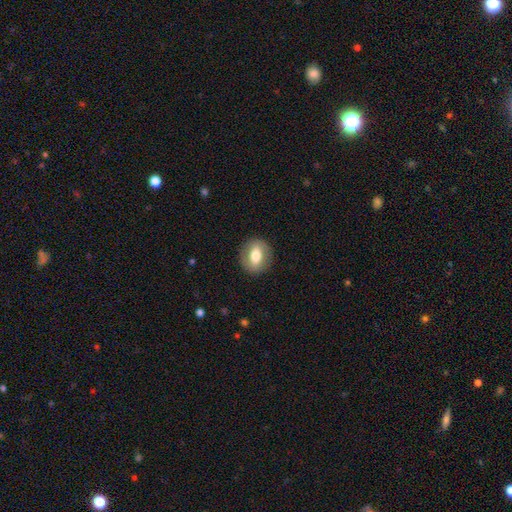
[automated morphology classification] This appears to be a smooth galaxy with no disk features (59%) that is round (55%). Merging: none (86%).